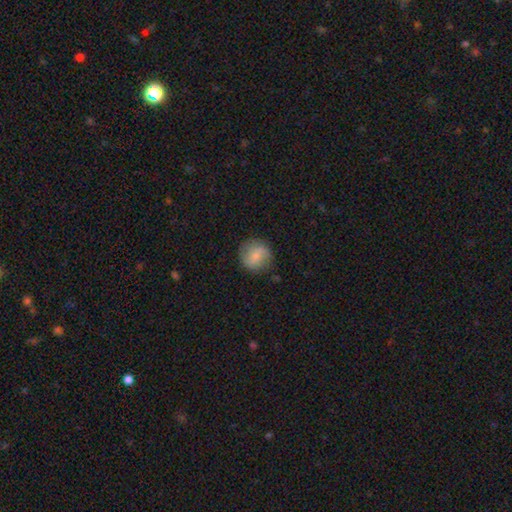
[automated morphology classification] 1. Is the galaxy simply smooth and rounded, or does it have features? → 60% smooth, 32% featured or disk, 8% star or artifact.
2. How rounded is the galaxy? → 91% round, 7% in between, 1% cigar-shaped.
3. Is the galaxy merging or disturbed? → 83% none, 13% minor disturbance, 4% major disturbance, 1% merger.